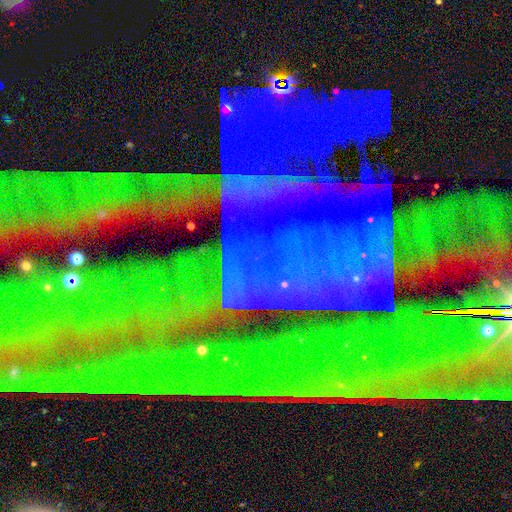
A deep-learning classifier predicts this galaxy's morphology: Smooth or featured? Predicted: star or artifact (p=0.82).